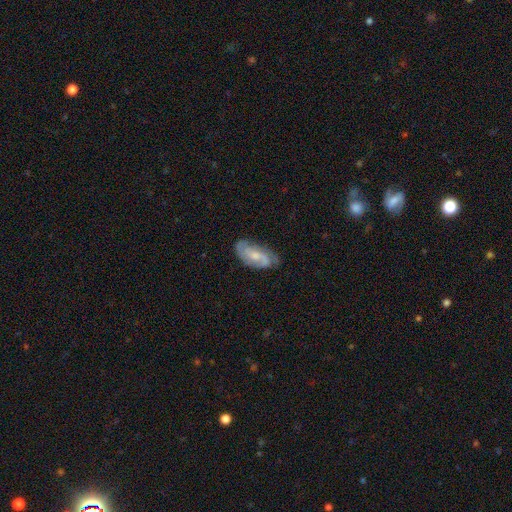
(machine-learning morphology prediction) This is likely a featured or disk galaxy (73%). It is clearly not viewed edge-on (95%). Bar: possibly no (54%). Spiral arm pattern: clearly yes (94%). Spiral arm count: likely 2 (63%). Spiral winding: marginally medium (45%). Central bulge: possibly moderate (47%). Merging: likely none (71%).